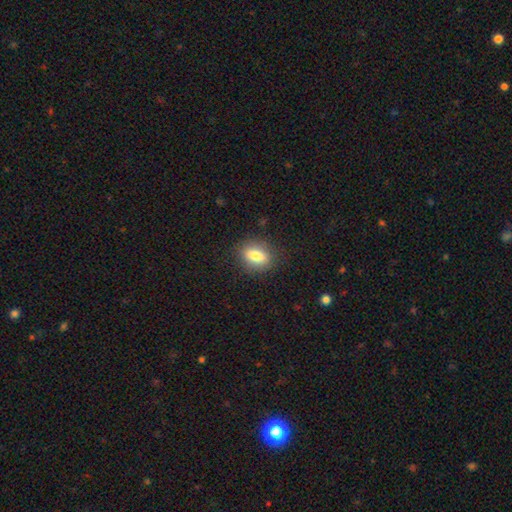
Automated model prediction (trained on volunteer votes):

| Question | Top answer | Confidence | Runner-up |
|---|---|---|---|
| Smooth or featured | smooth | 78% | featured or disk (13%) |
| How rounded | in between | 68% | round (29%) |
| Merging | none | 86% | minor disturbance (10%) |